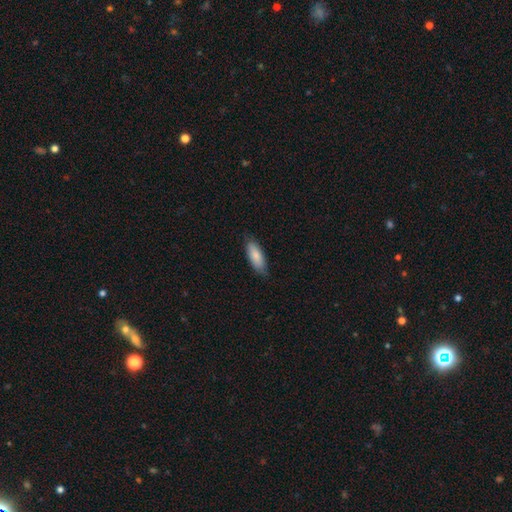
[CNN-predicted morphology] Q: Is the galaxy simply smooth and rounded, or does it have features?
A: smooth — 85%.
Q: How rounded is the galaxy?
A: in between — 71%.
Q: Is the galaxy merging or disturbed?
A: none — 80%.